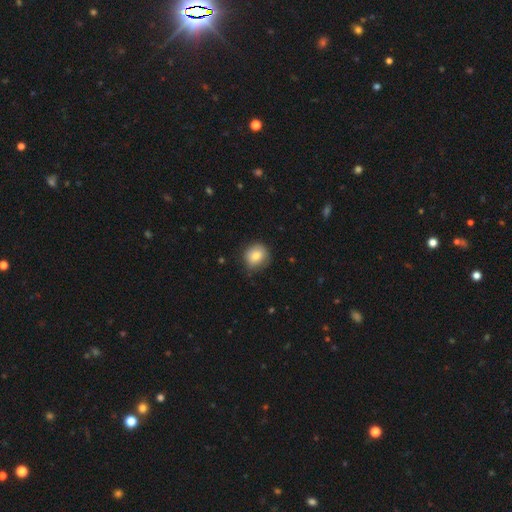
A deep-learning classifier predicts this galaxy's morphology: smooth_or_featured: smooth (p=0.79) [alt: featured or disk p=0.12]
how_rounded: round (p=0.83) [alt: in between p=0.16]
merging: none (p=0.78) [alt: minor disturbance p=0.17]